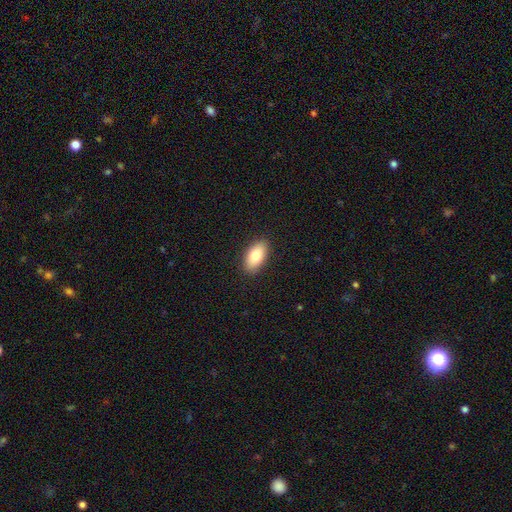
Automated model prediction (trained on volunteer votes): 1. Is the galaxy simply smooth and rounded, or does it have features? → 80% smooth, 13% featured or disk, 7% star or artifact.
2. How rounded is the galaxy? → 92% in between, 4% cigar-shaped, 4% round.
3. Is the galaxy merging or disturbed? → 90% none, 8% minor disturbance, 2% major disturbance, 1% merger.